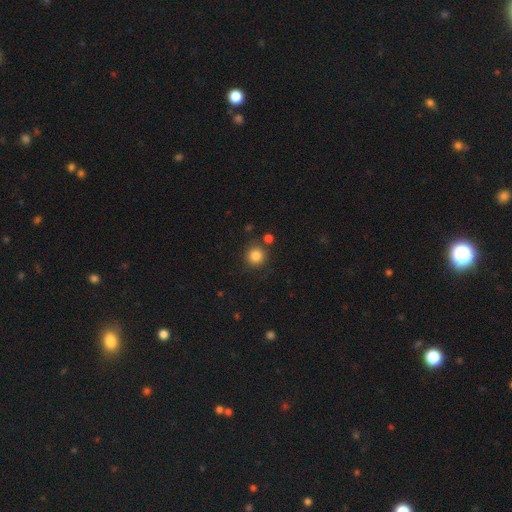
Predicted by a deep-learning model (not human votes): A smooth galaxy with no disk features (84%) that is round (93%). Merging: none (82%).